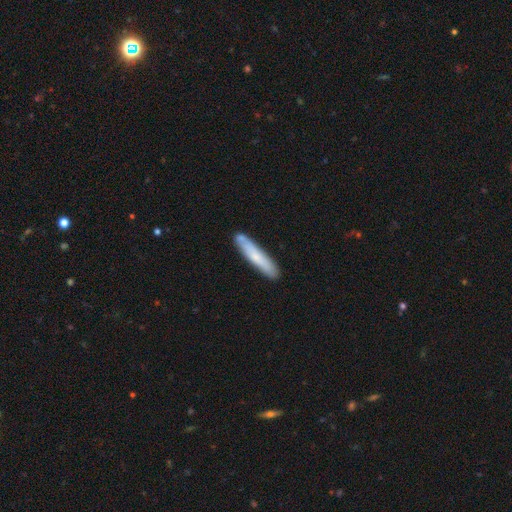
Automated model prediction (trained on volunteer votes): Smooth or featured?
  - smooth: 68% *
  - featured or disk: 26%
  - star or artifact: 5%
How rounded?
  - cigar-shaped: 91% *
  - in between: 7%
  - round: 1%
Merging?
  - none: 83% *
  - minor disturbance: 12%
  - merger: 4%
  - major disturbance: 2%